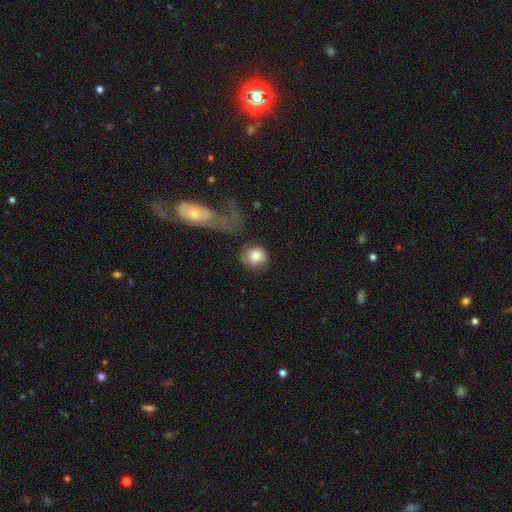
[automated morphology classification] A smooth galaxy with no disk features (77%) that is round (81%).

Vote fractions:
- Smooth or featured? smooth: 77% / featured or disk: 16% / star or artifact: 7%
- How rounded? round: 81% / in between: 17% / cigar-shaped: 1%
- Merging? none: 58% / minor disturbance: 18% / major disturbance: 14% / merger: 10%